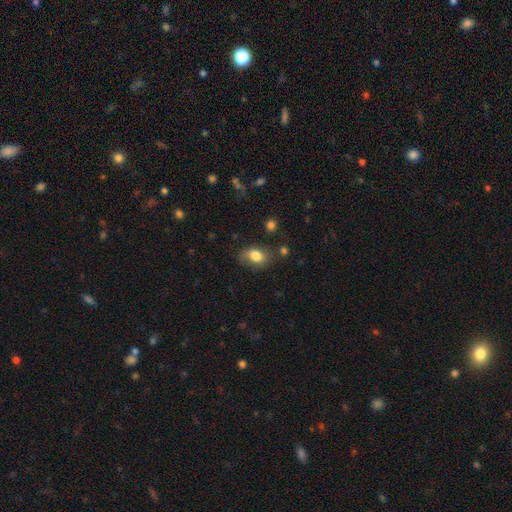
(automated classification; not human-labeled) A smooth galaxy with no disk features (81%) that is in between round and cigar-shaped (77%). Merging: none (66%).